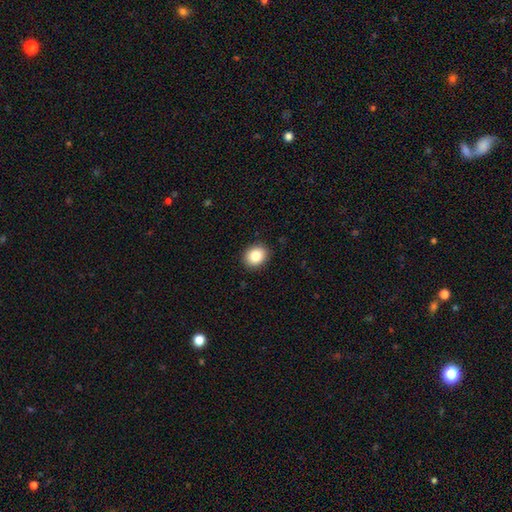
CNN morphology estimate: This appears to be a smooth galaxy with no disk features (85%) that is round (60%). Merging: none (90%).